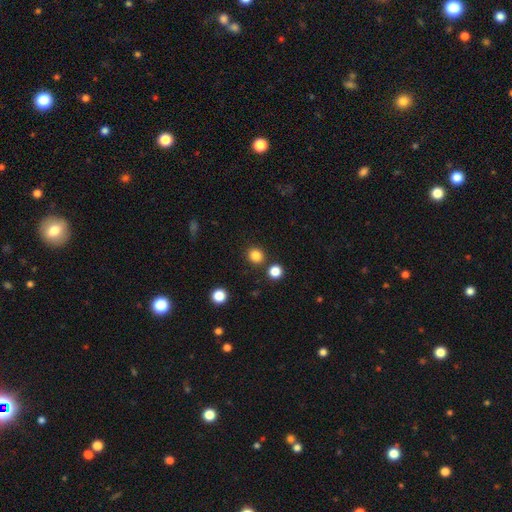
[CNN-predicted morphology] A smooth galaxy with no disk features (84%) that is round (85%). Merging: none (86%).